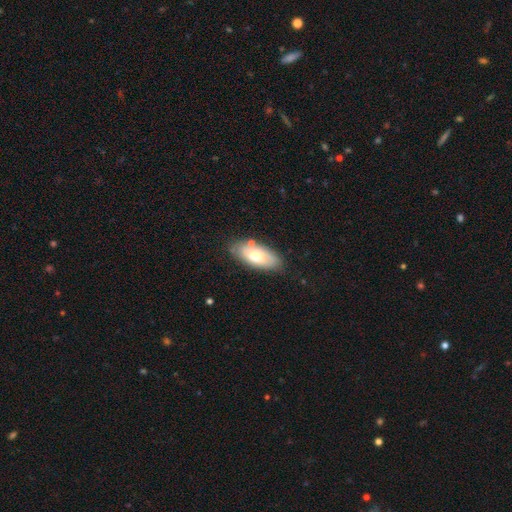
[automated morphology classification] Smooth or featured? smooth (66%)
How rounded? in between (89%)
Merging? none (76%)